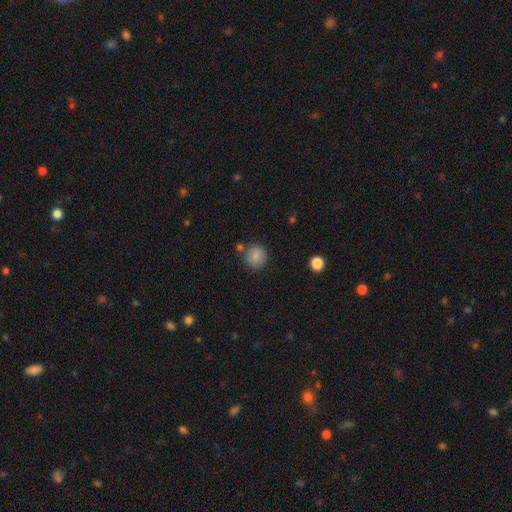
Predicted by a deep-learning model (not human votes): Overall: smooth (85%). How rounded: round (84%). Merging: none (78%).